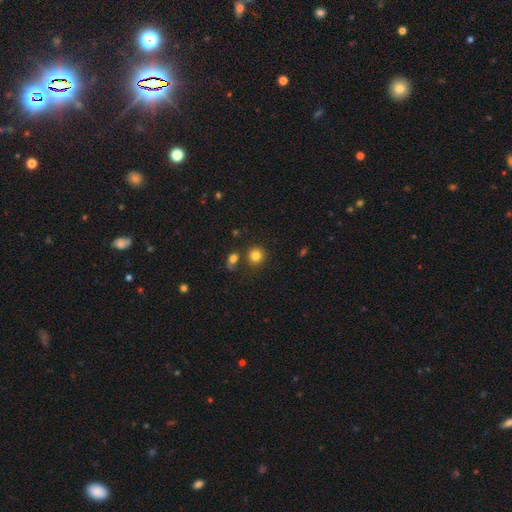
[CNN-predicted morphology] Smooth or featured: smooth — 82% (star or artifact — 12%)
How rounded: round — 89% (in between — 10%)
Merging: none — 77% (merger — 11%)